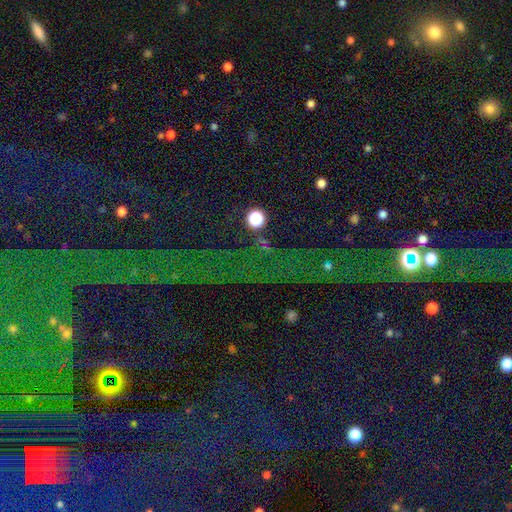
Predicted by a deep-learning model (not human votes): Overall: star or artifact (78%).